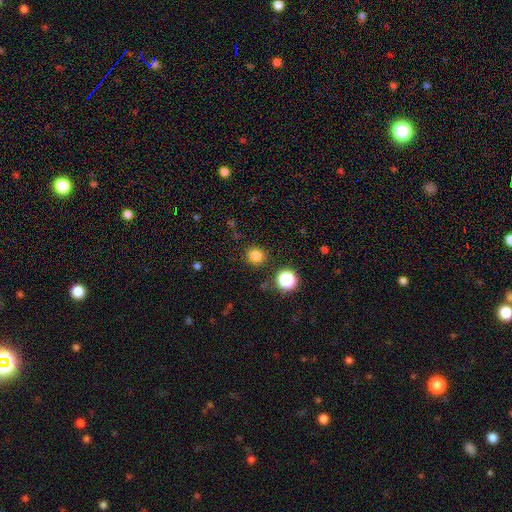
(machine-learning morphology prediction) This appears to be a smooth galaxy with no disk features (82%) that is round (89%). Merging: none (88%).